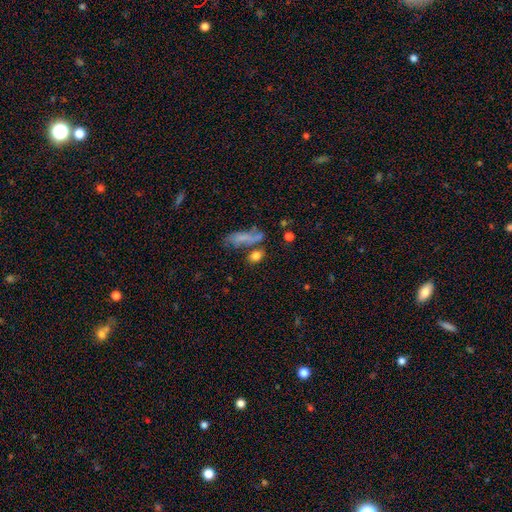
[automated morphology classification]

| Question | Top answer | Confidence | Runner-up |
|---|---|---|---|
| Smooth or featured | smooth | 77% | featured or disk (13%) |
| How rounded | in between | 65% | round (21%) |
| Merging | none | 57% | merger (20%) |